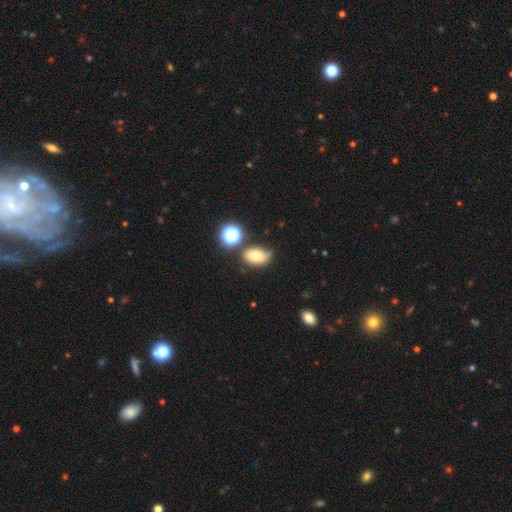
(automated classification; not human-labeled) The model was most divided on "merging": none: 53%, minor disturbance: 28%, merger: 10%, major disturbance: 9%. More confident: how rounded — in between (81%); smooth or featured — smooth (70%).